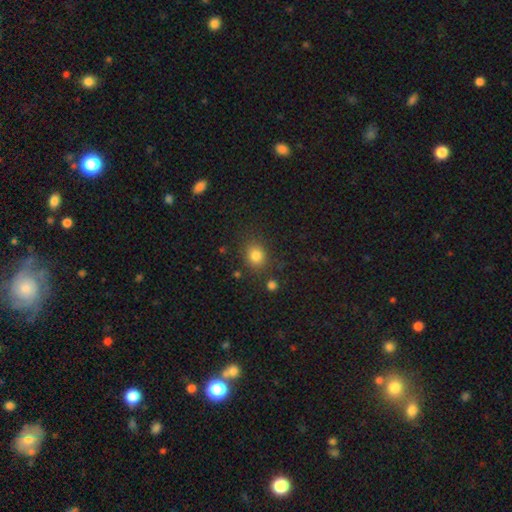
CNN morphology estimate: Smooth or featured: smooth — 82% (star or artifact — 12%)
How rounded: round — 72% (in between — 27%)
Merging: none — 81% (minor disturbance — 11%)